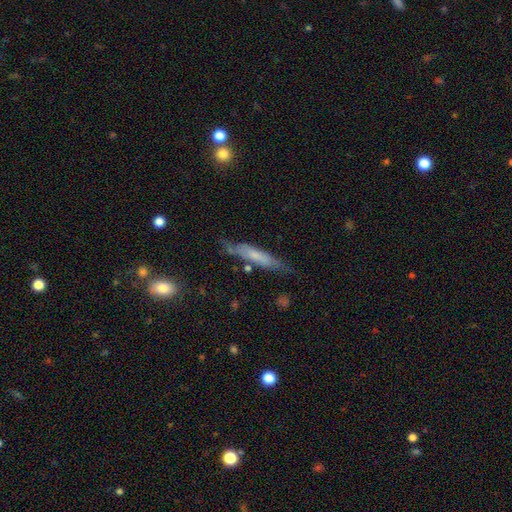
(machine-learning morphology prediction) type=smooth (52%); roundness=cigar-shaped (86%); merging=none (66%).